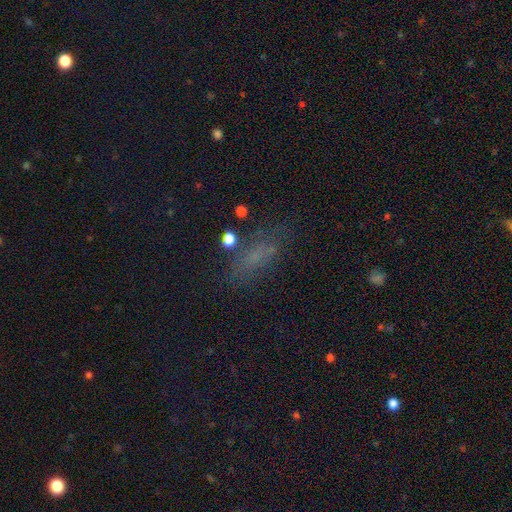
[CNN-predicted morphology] This appears to be a smooth galaxy with no disk features (52%) that is in between round and cigar-shaped (65%). Merging: none (66%).